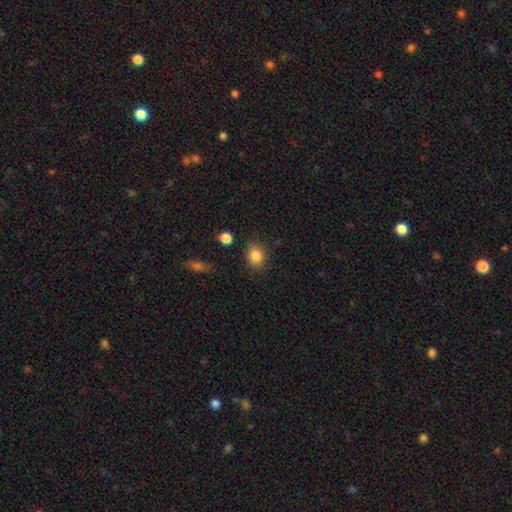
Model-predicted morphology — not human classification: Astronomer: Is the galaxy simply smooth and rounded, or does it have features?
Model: smooth — 85%.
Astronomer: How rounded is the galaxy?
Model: round — 55% (runner-up: in between, 44%).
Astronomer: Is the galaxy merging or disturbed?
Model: none — 82%.